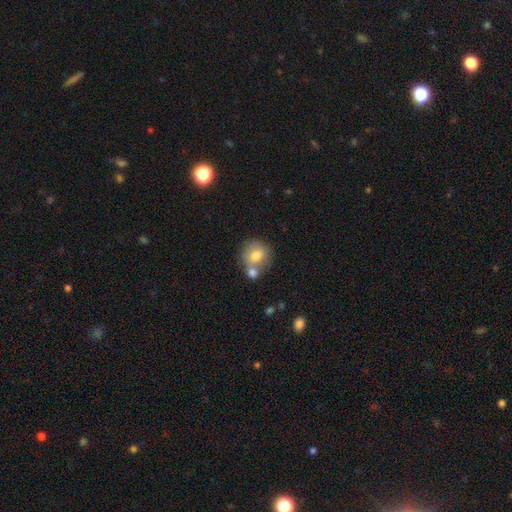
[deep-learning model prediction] Q: Smooth or featured?
A: smooth (76%); runner-up: featured or disk (16%)
Q: How rounded?
A: round (82%); runner-up: in between (17%)
Q: Merging?
A: none (47%); runner-up: merger (37%)